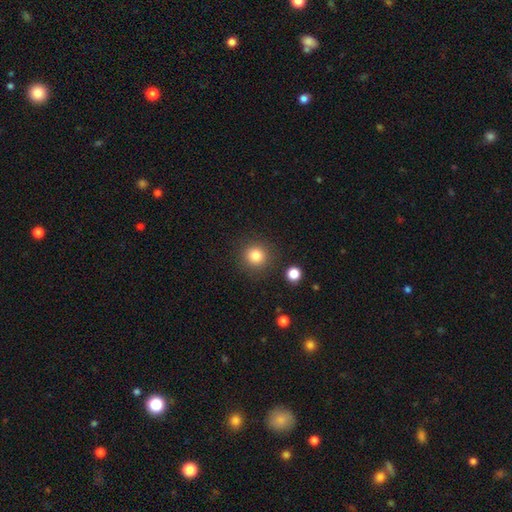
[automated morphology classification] Overall: smooth (83%). How rounded: round (93%). Merging: none (88%).